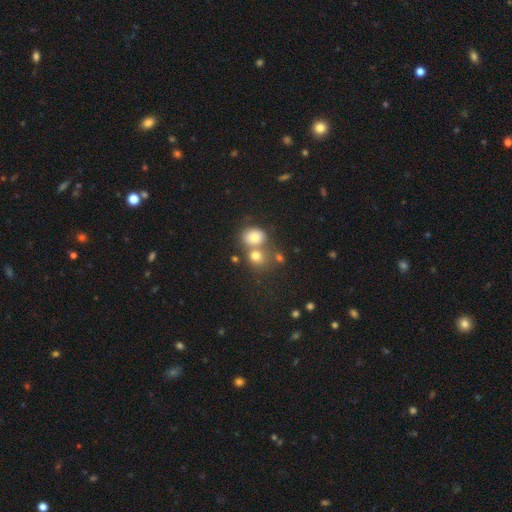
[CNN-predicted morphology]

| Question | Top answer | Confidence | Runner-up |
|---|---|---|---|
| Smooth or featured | smooth | 75% | star or artifact (13%) |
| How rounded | round | 68% | in between (31%) |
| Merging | none | 46% | merger (41%) |